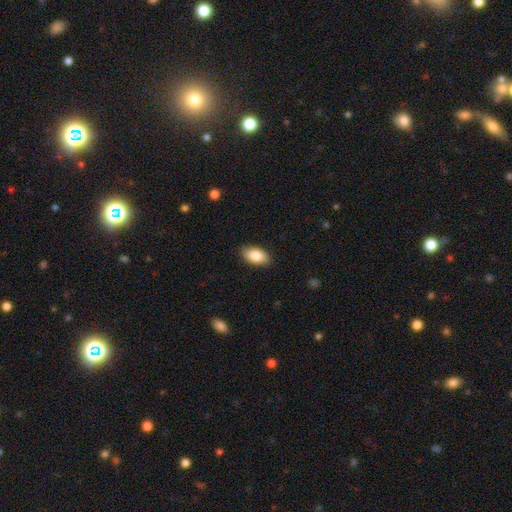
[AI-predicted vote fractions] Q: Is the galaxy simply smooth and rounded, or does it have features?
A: smooth — 85%.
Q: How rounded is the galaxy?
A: in between — 93%.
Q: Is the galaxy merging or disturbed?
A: none — 88%.